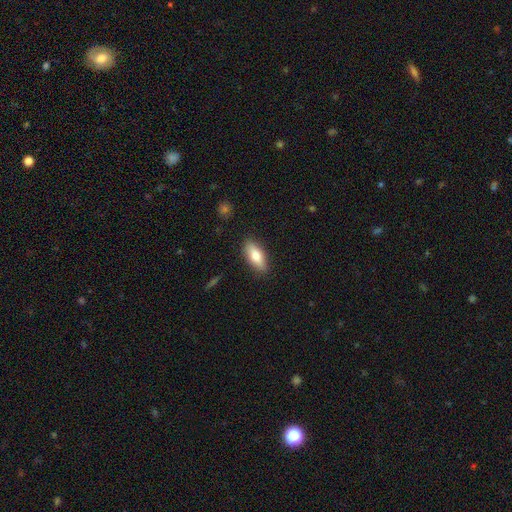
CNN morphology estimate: smooth_or_featured: smooth (p=0.74) [alt: featured or disk p=0.19]
how_rounded: in between (p=0.75) [alt: cigar-shaped p=0.22]
merging: none (p=0.86) [alt: minor disturbance p=0.11]